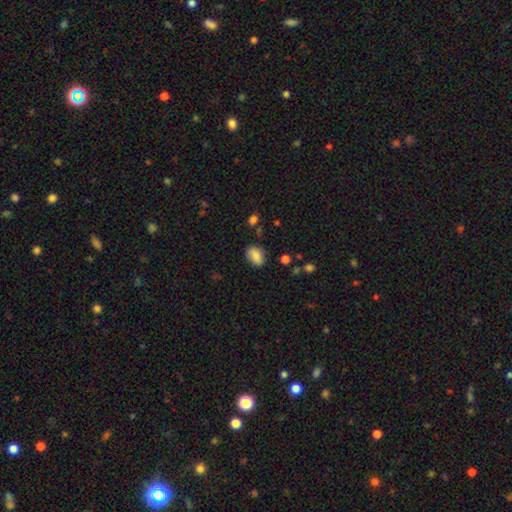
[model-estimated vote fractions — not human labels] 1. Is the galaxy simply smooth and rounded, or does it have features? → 83% smooth, 9% featured or disk, 8% star or artifact.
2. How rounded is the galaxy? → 82% in between, 16% round, 2% cigar-shaped.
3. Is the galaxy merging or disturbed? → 78% none, 16% minor disturbance, 4% major disturbance, 2% merger.